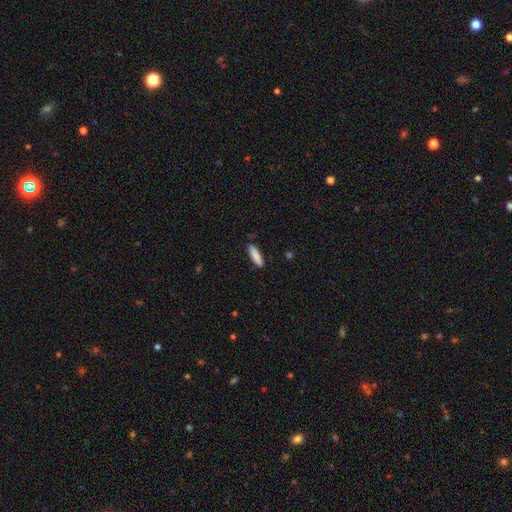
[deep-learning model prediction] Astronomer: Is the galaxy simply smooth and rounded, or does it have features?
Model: smooth — 87%.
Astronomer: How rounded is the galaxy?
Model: cigar-shaped — 67%.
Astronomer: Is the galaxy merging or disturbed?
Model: none — 87%.